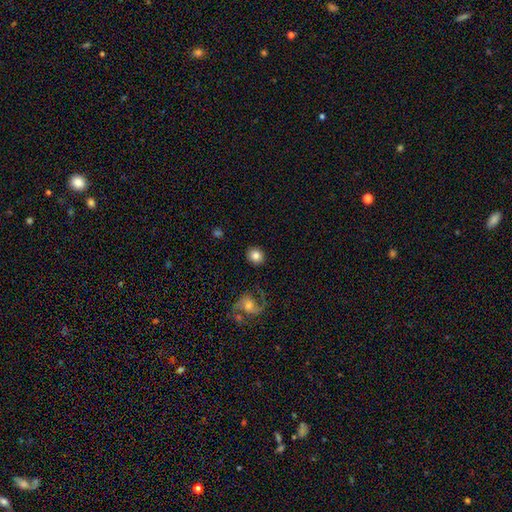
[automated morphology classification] Q: Smooth or featured?
A: smooth (80%); runner-up: featured or disk (13%)
Q: How rounded?
A: round (73%); runner-up: in between (26%)
Q: Merging?
A: none (87%); runner-up: minor disturbance (7%)